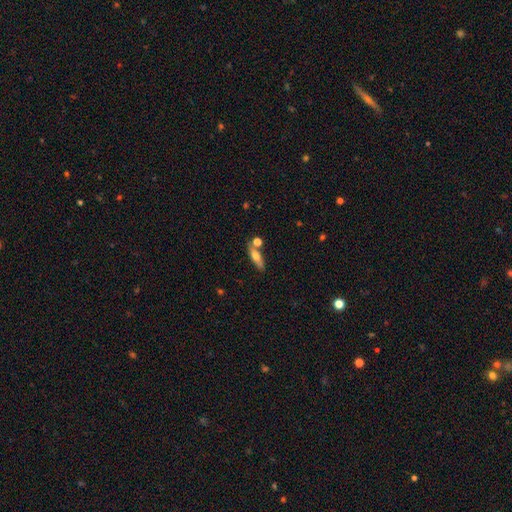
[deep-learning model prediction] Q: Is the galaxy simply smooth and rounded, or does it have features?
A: smooth — 56%.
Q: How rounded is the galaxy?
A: cigar-shaped — 51%.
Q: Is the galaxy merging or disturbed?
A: none — 68%.